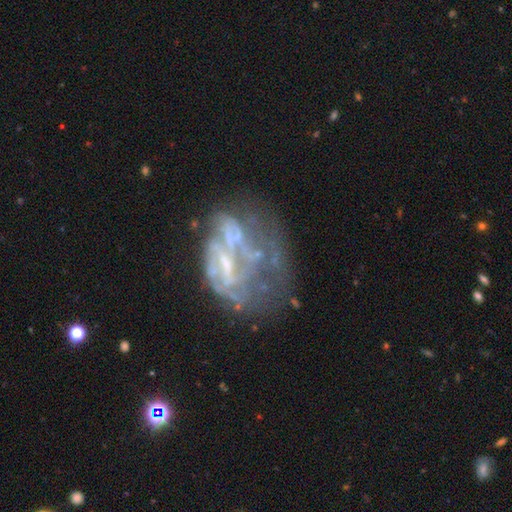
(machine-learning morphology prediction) This appears to be a featured or disk galaxy (69%) with no bar (71%), no spiral arms (75%) and no central bulge (51%). Merging: major disturbance (39%).